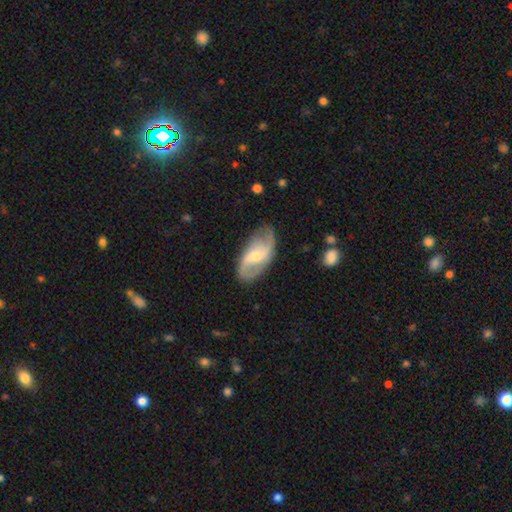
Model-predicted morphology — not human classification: This is likely a featured or disk galaxy (78%). It is clearly not viewed edge-on (95%). Bar: possibly weak (49%). Spiral arm pattern: clearly yes (93%). Spiral arm count: clearly 2 (85%). Spiral winding: possibly loose (49%). Central bulge: possibly small (51%). Merging: likely none (76%).